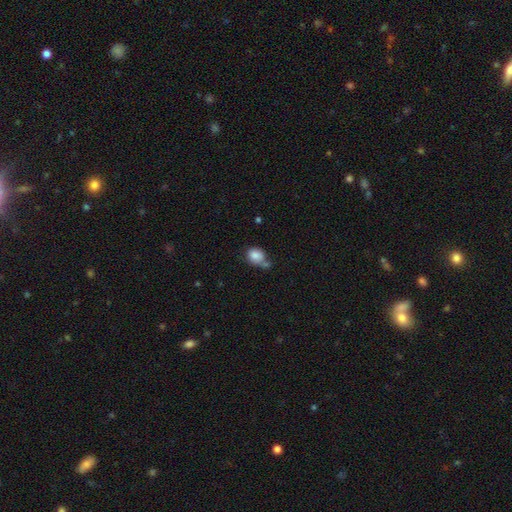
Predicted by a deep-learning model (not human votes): Morphology: type=smooth (84%); roundness=round (57%); merging=none (47%).